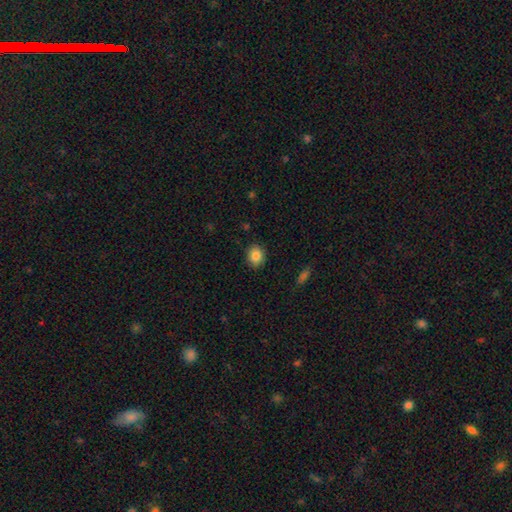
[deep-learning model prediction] Smooth or featured?
  - smooth: 86% *
  - star or artifact: 9%
  - featured or disk: 6%
How rounded?
  - round: 59% *
  - in between: 40%
  - cigar-shaped: 1%
Merging?
  - none: 89% *
  - minor disturbance: 8%
  - major disturbance: 2%
  - merger: 1%